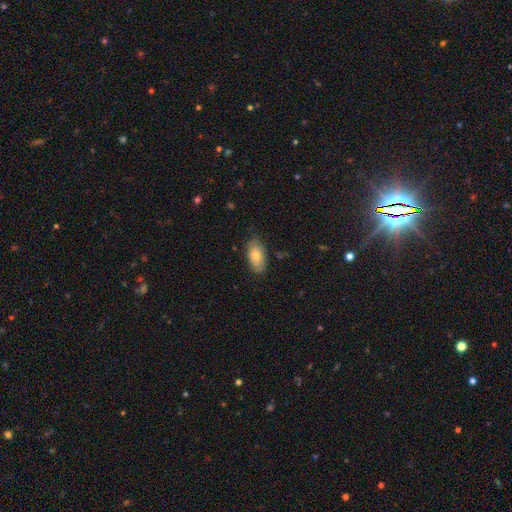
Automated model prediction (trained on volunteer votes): smooth_or_featured: smooth (p=0.79) [alt: featured or disk p=0.15]
how_rounded: in between (p=0.92) [alt: cigar-shaped p=0.04]
merging: none (p=0.75) [alt: minor disturbance p=0.20]